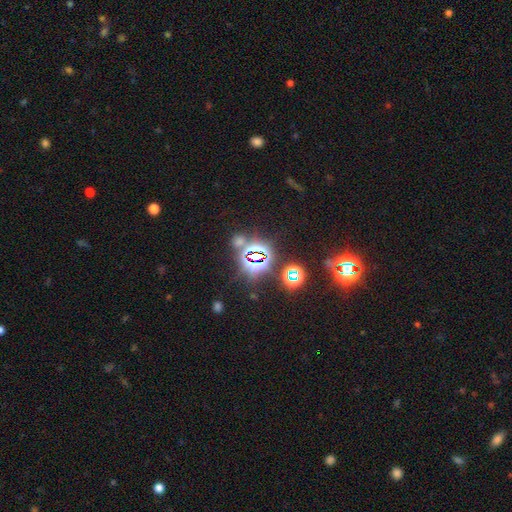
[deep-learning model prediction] This appears to be a star or artifact, not a galaxy (80%).